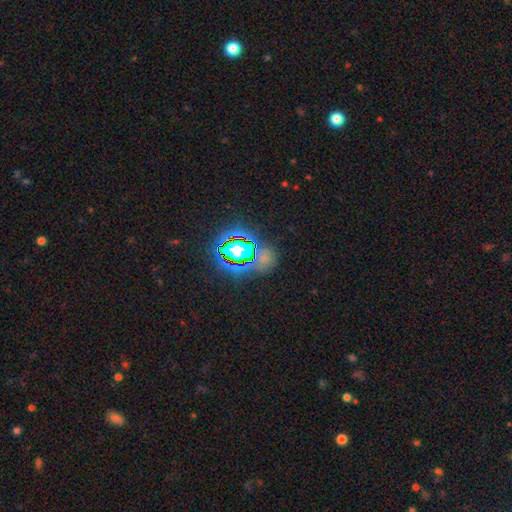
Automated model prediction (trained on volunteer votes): This appears to be a star or artifact, not a galaxy (80%).